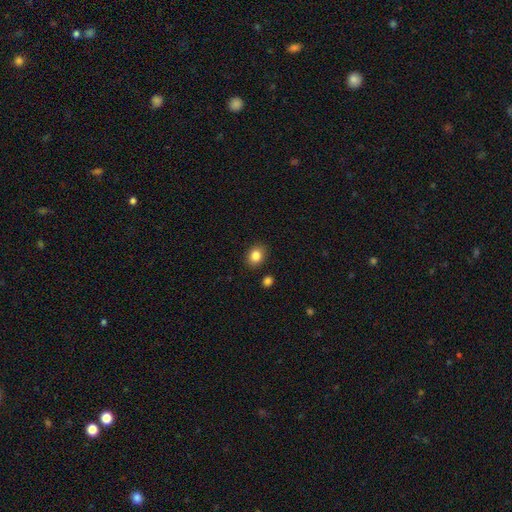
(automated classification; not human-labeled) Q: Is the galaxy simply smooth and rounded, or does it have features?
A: smooth — 85%.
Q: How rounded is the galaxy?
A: round — 55%.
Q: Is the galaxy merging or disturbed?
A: none — 87%.